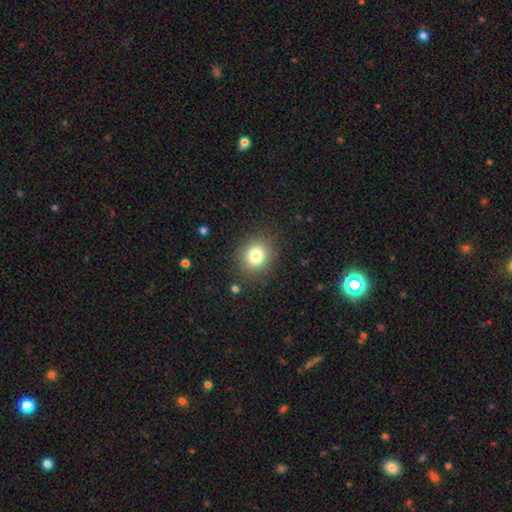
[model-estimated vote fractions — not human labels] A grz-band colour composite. It shows a smooth galaxy with no disk features (79%) that is round (80%). Merging: none (87%).